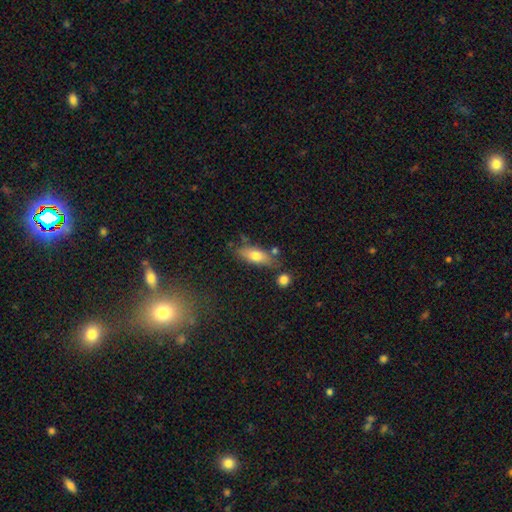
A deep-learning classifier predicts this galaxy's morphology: The model was most divided on "how rounded": in between: 68%, cigar-shaped: 28%, round: 3%. More confident: smooth or featured — smooth (70%); merging — none (68%).